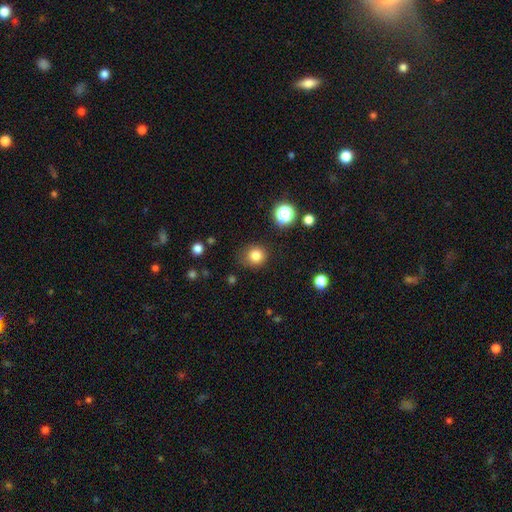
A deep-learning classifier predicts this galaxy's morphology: Smooth or featured? Predicted: smooth (p=0.82). How rounded? Predicted: round (p=0.87). Merging? Predicted: none (p=0.82).